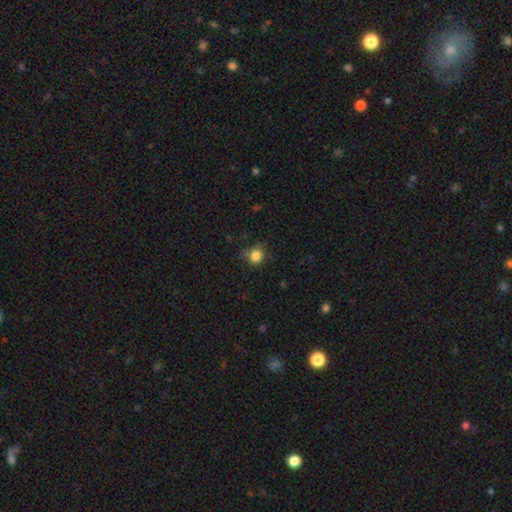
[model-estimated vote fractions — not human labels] This appears to be a smooth galaxy with no disk features (83%) that is round (80%). Merging: none (67%).